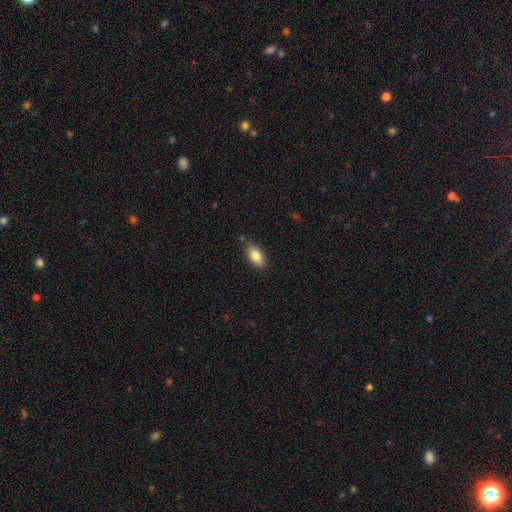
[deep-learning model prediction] This appears to be a smooth galaxy with no disk features (84%) that is in between round and cigar-shaped (89%). Merging: none (79%).